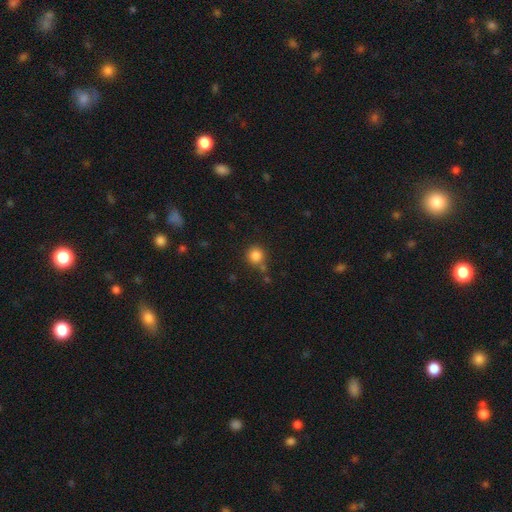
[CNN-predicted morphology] Q: Smooth or featured?
A: smooth (85%); runner-up: star or artifact (11%)
Q: How rounded?
A: round (93%); runner-up: in between (6%)
Q: Merging?
A: none (74%); runner-up: minor disturbance (12%)